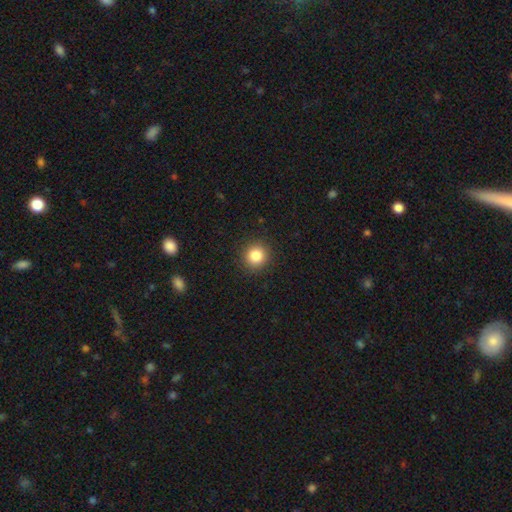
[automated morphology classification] smooth-or-featured: smooth: 84% | star or artifact: 11% | featured or disk: 5%
  how-rounded: round: 93% | in between: 6% | cigar-shaped: 1%
  merging: none: 91% | minor disturbance: 6% | major disturbance: 2% | merger: 1%